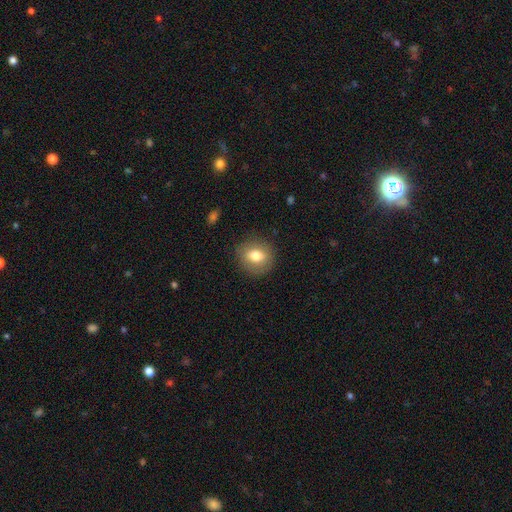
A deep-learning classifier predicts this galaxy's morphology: Smooth or featured? smooth (73%)
How rounded? round (73%)
Merging? none (86%)